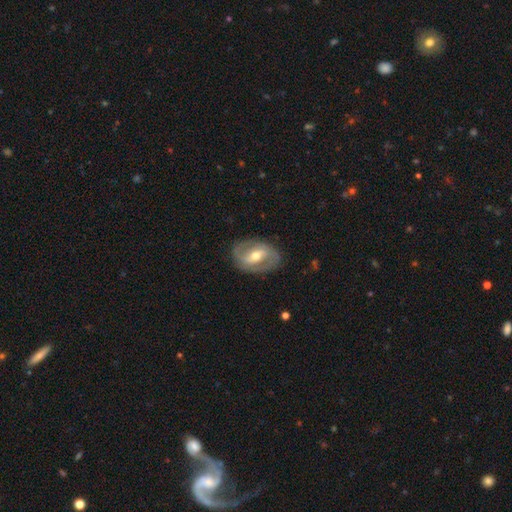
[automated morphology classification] featured or disk 78%, smooth 16%, star or artifact 5%. Down the decision tree: edge-on disk — no (95%); bar — strong (41%, tied with weak); spiral arms — yes (81%); spiral arm count — 2 (86%); spiral winding — medium (46%); bulge size — moderate (65%); merging — none (82%).